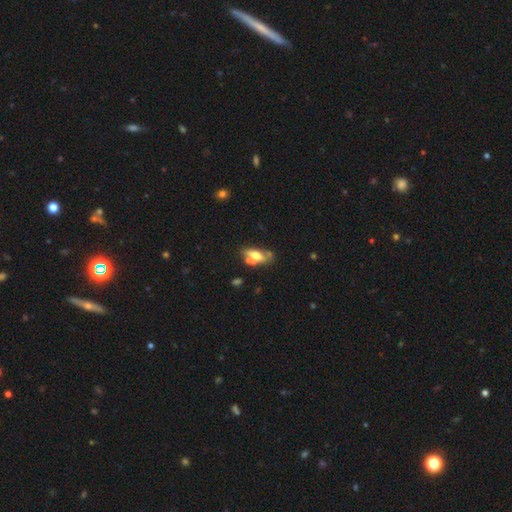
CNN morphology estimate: Smooth or featured?
  - featured or disk: 47% *
  - smooth: 43%
  - star or artifact: 10%
Merging?
  - none: 49% *
  - merger: 27%
  - minor disturbance: 16%
  - major disturbance: 8%